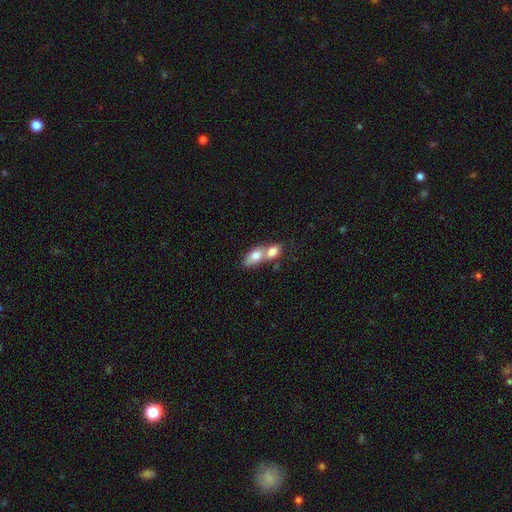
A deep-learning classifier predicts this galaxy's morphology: Overall: smooth (74%). How rounded: in between (82%). Merging: merger (73%).